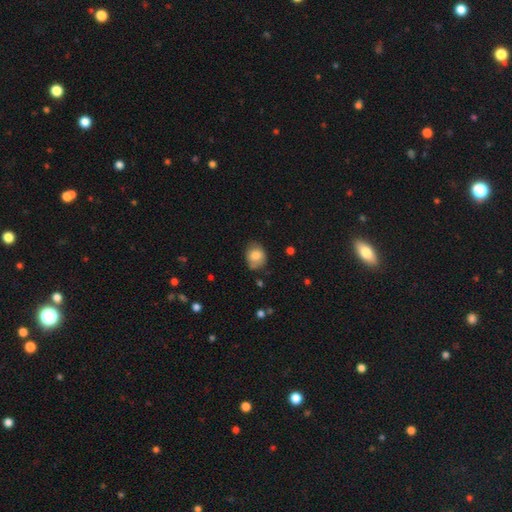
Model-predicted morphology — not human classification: Smooth or featured? Predicted: smooth (p=0.81). How rounded? Predicted: round (p=0.56). Merging? Predicted: none (p=0.66).